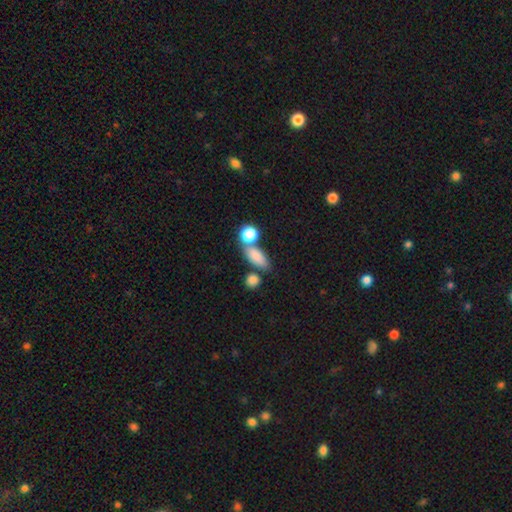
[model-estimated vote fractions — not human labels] smooth 83%, star or artifact 9%, featured or disk 8%. Down the decision tree: how rounded — in between (72%); merging — none (54%).